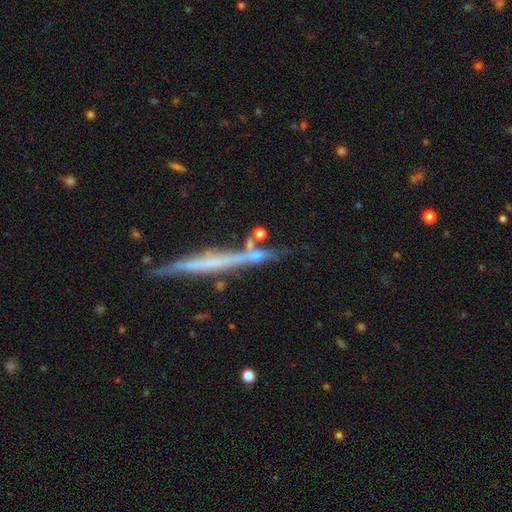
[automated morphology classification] This is possibly a featured or disk galaxy (46%). Merging: possibly none (57%).